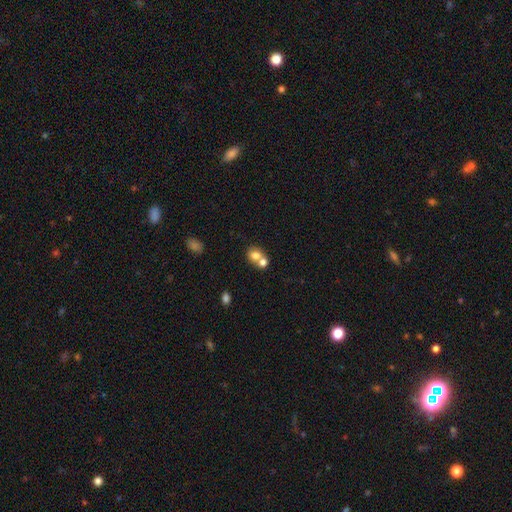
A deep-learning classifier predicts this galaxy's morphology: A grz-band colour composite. It shows a smooth galaxy with no disk features (76%) that is round (64%). Merging: merger (56%).